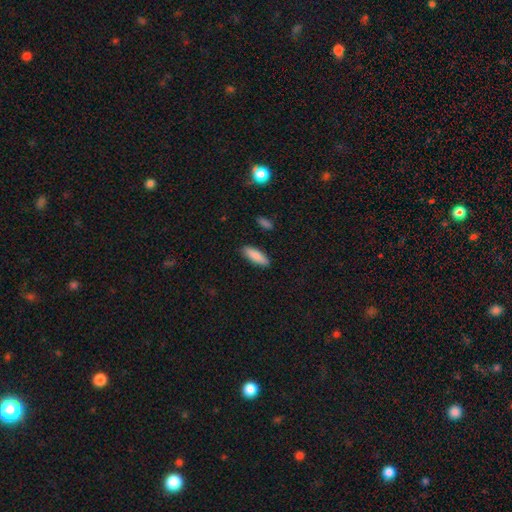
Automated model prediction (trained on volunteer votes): Smooth or featured? smooth (87%)
How rounded? in between (58%)
Merging? none (88%)